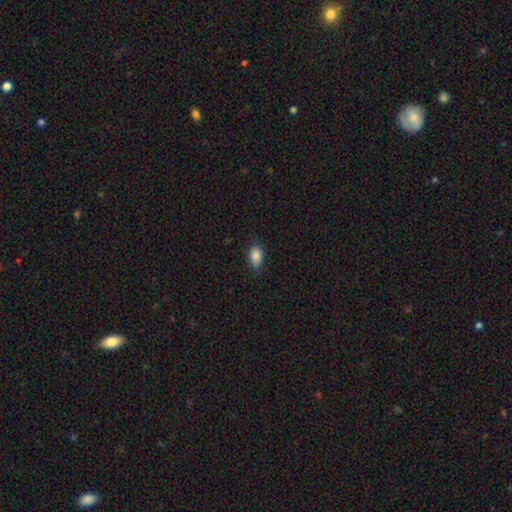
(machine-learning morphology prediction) A smooth galaxy with no disk features (87%) that is in between round and cigar-shaped (88%). Merging: none (79%).